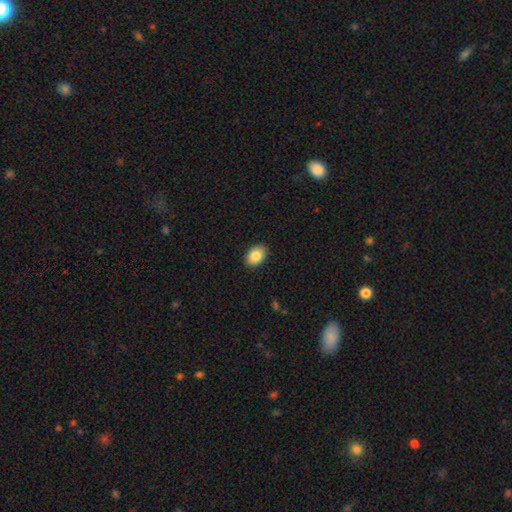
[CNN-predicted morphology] smooth 86%, star or artifact 7%, featured or disk 6%. Down the decision tree: how rounded — in between (82%); merging — none (90%).